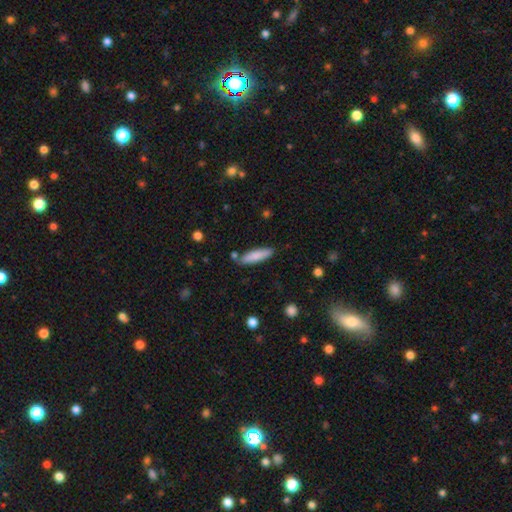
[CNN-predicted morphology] The model was most divided on "how rounded": cigar-shaped: 73%, in between: 26%, round: 1%. More confident: smooth or featured — smooth (83%); merging — none (82%).